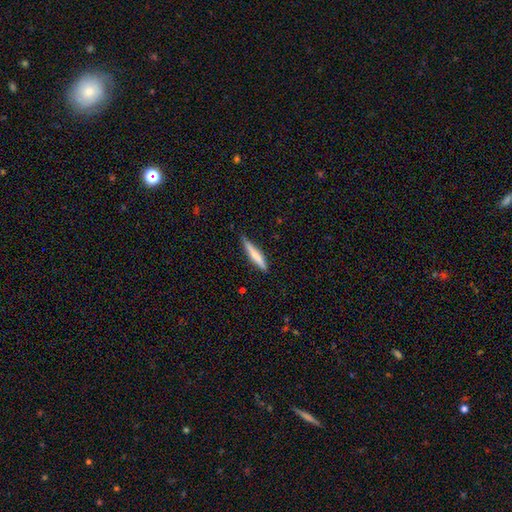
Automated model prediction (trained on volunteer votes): This is likely a smooth galaxy (67%). How rounded: clearly cigar-shaped (92%). Merging: clearly none (81%).